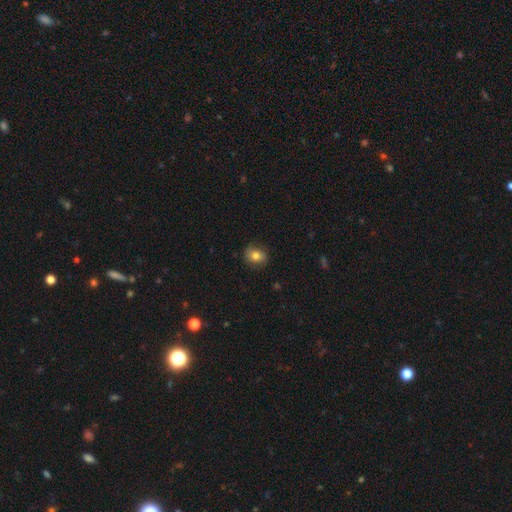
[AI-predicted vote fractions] Smooth or featured?
  - smooth: 78% *
  - featured or disk: 12%
  - star or artifact: 10%
How rounded?
  - round: 57% *
  - in between: 41%
  - cigar-shaped: 1%
Merging?
  - none: 82% *
  - minor disturbance: 14%
  - major disturbance: 3%
  - merger: 1%